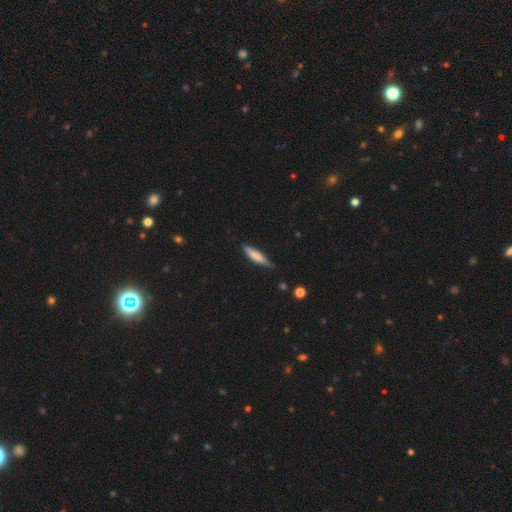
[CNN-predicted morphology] Overall: smooth (68%). How rounded: cigar-shaped (82%). Merging: none (77%).